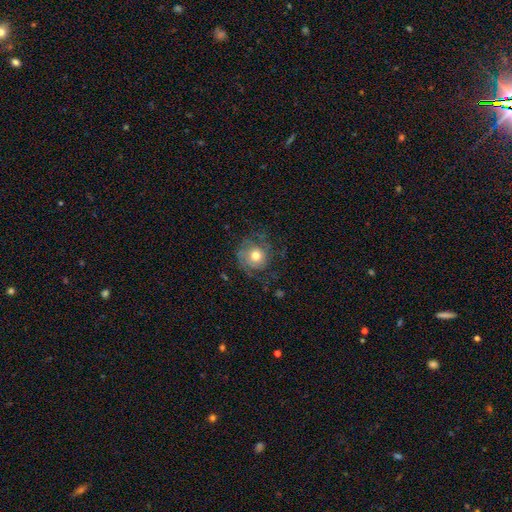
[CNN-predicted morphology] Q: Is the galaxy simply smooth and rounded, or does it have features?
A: smooth — 53%.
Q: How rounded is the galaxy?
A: round — 89%.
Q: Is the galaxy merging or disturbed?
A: none — 63%.